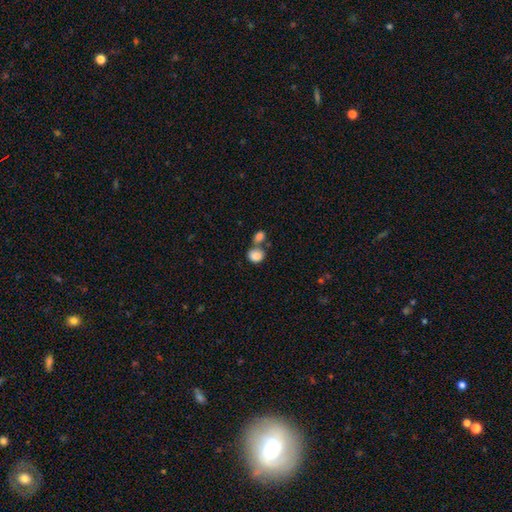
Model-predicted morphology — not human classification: type=smooth (85%); roundness=round (55%); merging=merger (44%).